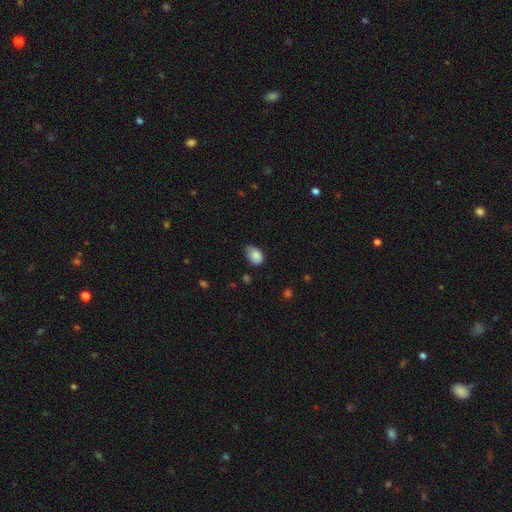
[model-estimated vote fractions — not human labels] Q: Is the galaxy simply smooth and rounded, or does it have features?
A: smooth — 86%.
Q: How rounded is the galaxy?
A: in between — 85%.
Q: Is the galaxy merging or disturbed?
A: none — 55%.